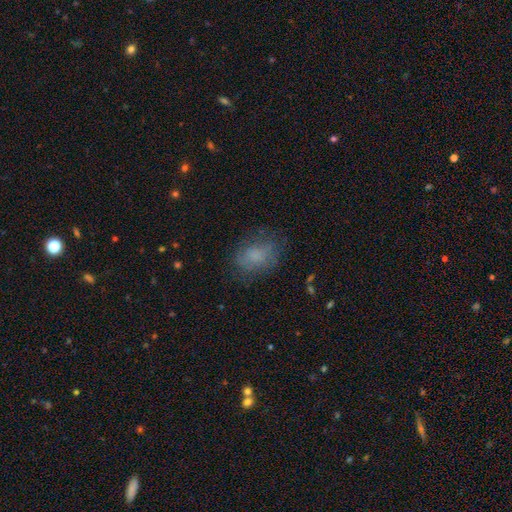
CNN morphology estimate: Smooth or featured? Predicted: smooth (p=0.72). How rounded? Predicted: in between (p=0.67). Merging? Predicted: none (p=0.68).